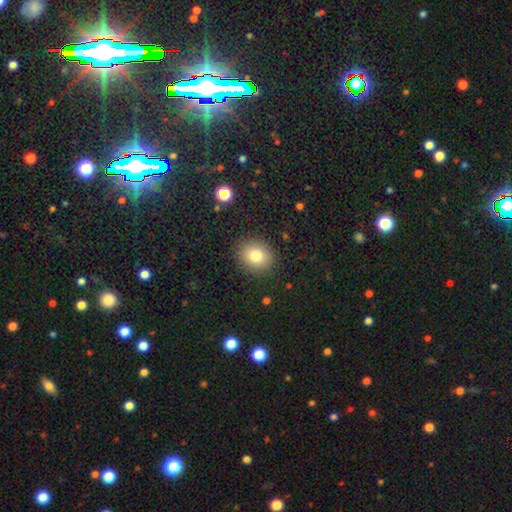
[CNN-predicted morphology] This is likely a smooth galaxy (80%). How rounded: likely round (73%). Merging: clearly none (89%).